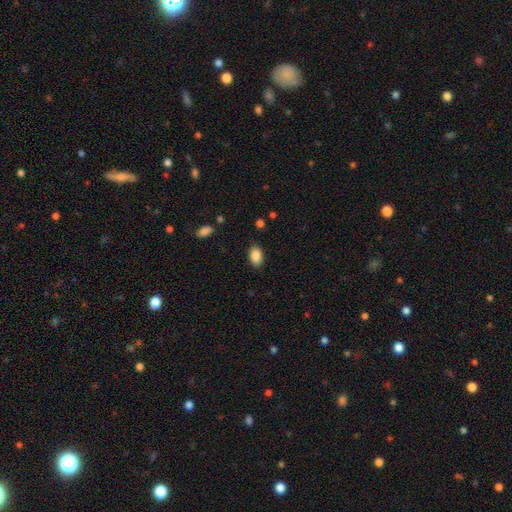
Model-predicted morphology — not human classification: This is clearly a smooth galaxy (88%). How rounded: clearly in between (89%). Merging: clearly none (86%).